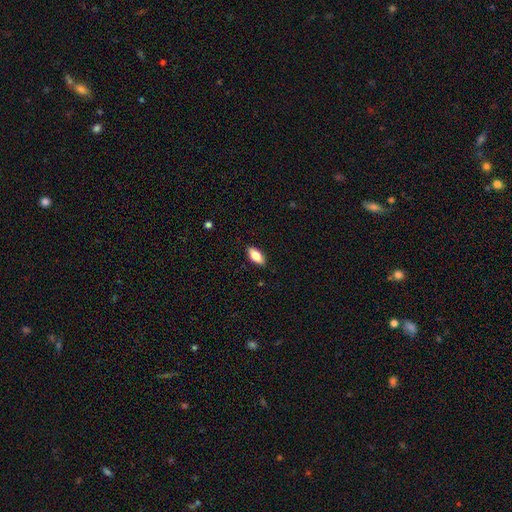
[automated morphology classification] Overall: smooth (76%). How rounded: in between (85%). Merging: none (88%).